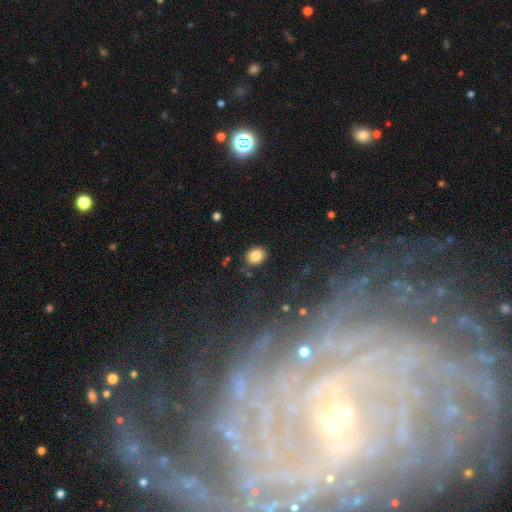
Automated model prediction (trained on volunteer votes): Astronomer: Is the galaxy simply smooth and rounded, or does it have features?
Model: smooth — 84%.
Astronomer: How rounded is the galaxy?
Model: round — 57% (runner-up: in between, 42%).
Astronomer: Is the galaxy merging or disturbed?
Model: none — 87%.